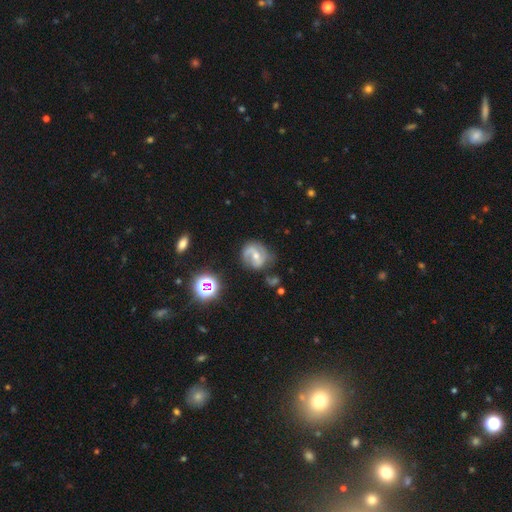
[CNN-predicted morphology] This is likely a featured or disk galaxy (74%). It is clearly not viewed edge-on (97%). Bar: possibly weak (47%). Spiral arm pattern: clearly yes (90%). Spiral arm count: likely 2 (67%). Spiral winding: possibly medium (47%). Central bulge: possibly moderate (53%). Merging: likely none (62%).